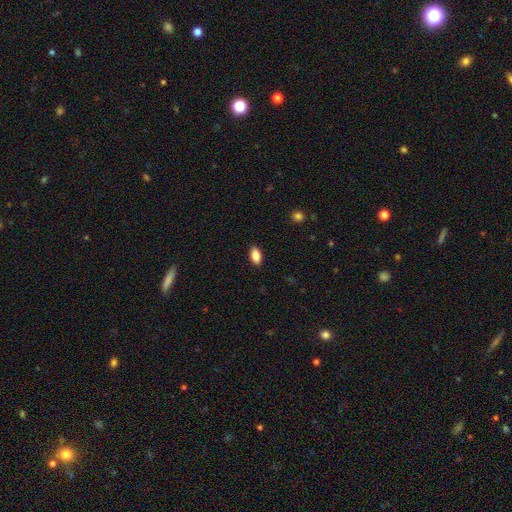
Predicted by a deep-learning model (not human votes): A smooth galaxy with no disk features (86%) that is in between round and cigar-shaped (91%).

Vote fractions:
- Smooth or featured? smooth: 86% / star or artifact: 8% / featured or disk: 7%
- How rounded? in between: 91% / cigar-shaped: 4% / round: 4%
- Merging? none: 89% / minor disturbance: 8% / major disturbance: 2% / merger: 1%